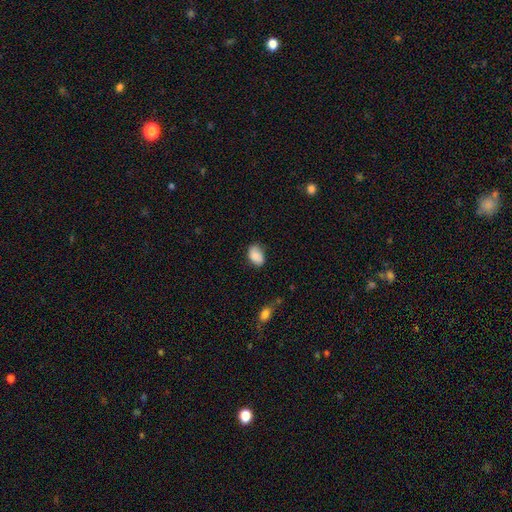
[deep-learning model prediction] Q: Smooth or featured?
A: smooth (85%); runner-up: featured or disk (8%)
Q: How rounded?
A: in between (84%); runner-up: round (15%)
Q: Merging?
A: none (71%); runner-up: minor disturbance (23%)